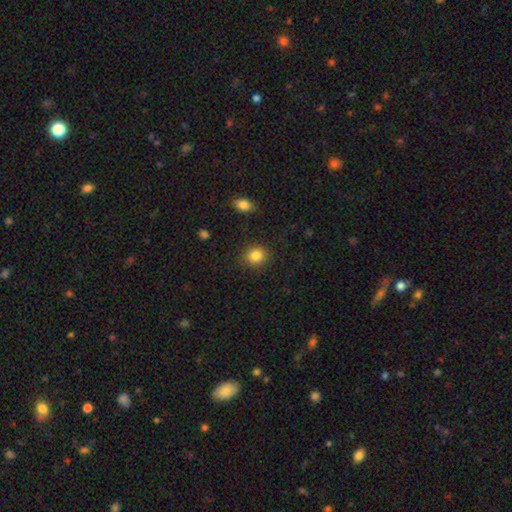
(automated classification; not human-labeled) Q: Smooth or featured?
A: smooth (85%); runner-up: star or artifact (10%)
Q: How rounded?
A: round (77%); runner-up: in between (22%)
Q: Merging?
A: none (86%); runner-up: minor disturbance (9%)